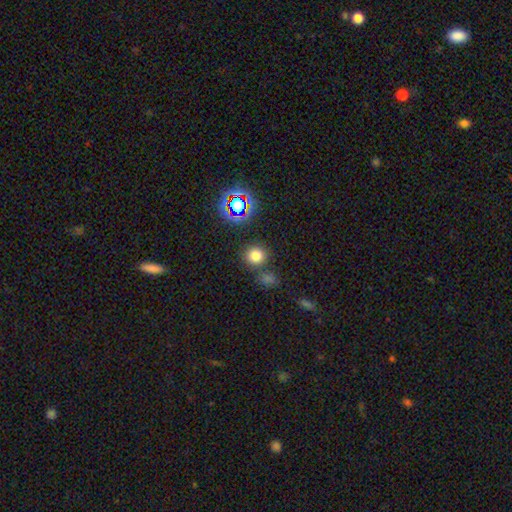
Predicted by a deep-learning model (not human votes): This is likely a smooth galaxy (75%). How rounded: clearly round (86%). Merging: clearly none (81%).